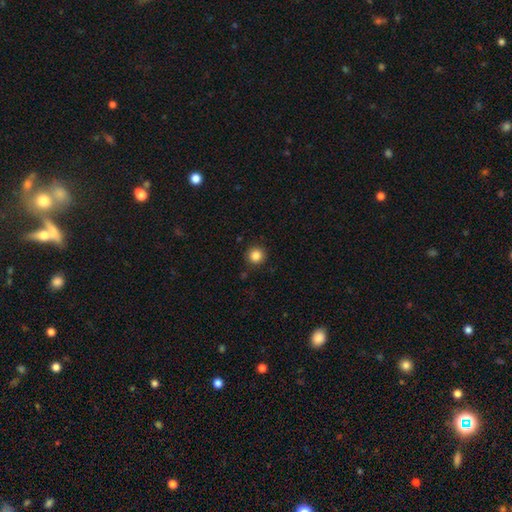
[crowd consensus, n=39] This appears to be a smooth galaxy with no disk features (85%) that is round (100%). Merging: none (83%).